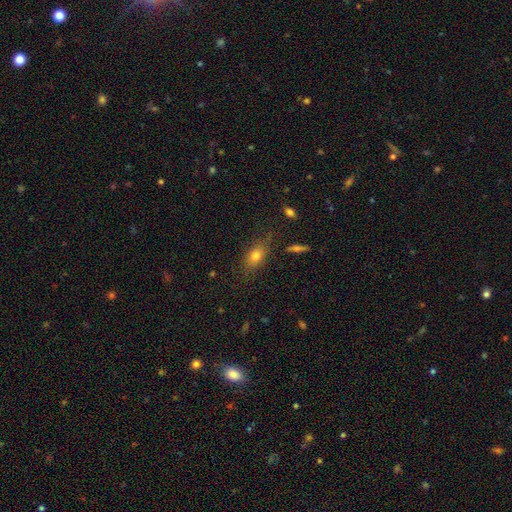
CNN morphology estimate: Q: Smooth or featured?
A: smooth (73%); runner-up: featured or disk (14%)
Q: How rounded?
A: in between (74%); runner-up: round (17%)
Q: Merging?
A: none (75%); runner-up: minor disturbance (17%)